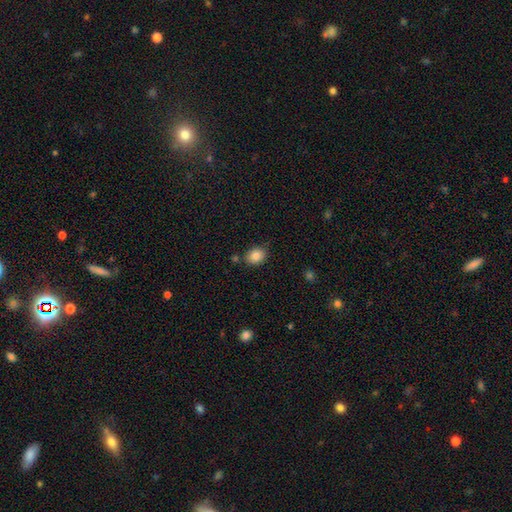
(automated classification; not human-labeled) Overall: smooth (85%). How rounded: in between (52%; round 47%). Merging: none (78%).